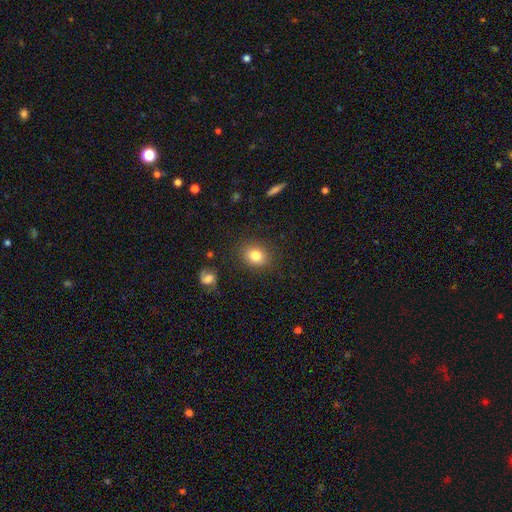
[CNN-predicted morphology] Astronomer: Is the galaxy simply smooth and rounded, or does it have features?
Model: smooth — 81%.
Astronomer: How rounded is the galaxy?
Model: round — 52% (runner-up: in between, 47%).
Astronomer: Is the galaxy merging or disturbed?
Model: none — 86%.